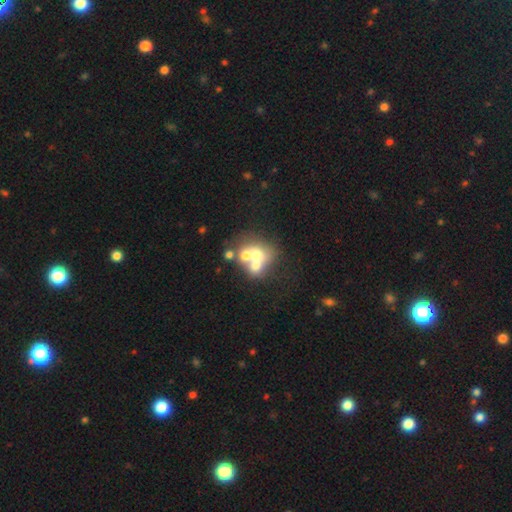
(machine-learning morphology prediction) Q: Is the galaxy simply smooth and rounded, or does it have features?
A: smooth — 51%.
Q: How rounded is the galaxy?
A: round — 64%.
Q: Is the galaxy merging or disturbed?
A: merger — 62%.